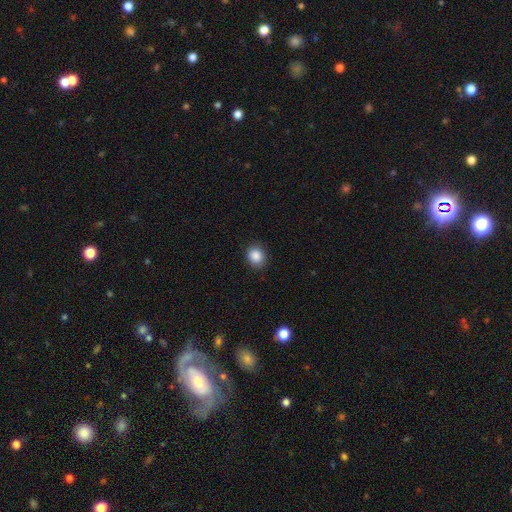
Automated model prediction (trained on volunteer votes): Smooth or featured? Predicted: smooth (p=0.88). How rounded? Predicted: round (p=0.68). Merging? Predicted: none (p=0.88).